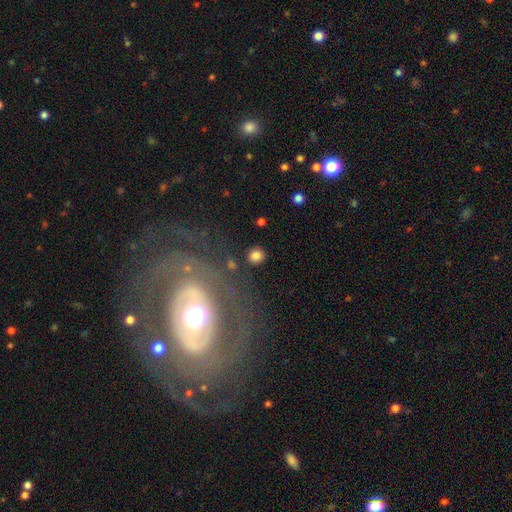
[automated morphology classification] Overall: smooth (80%). How rounded: round (89%). Merging: none (87%).